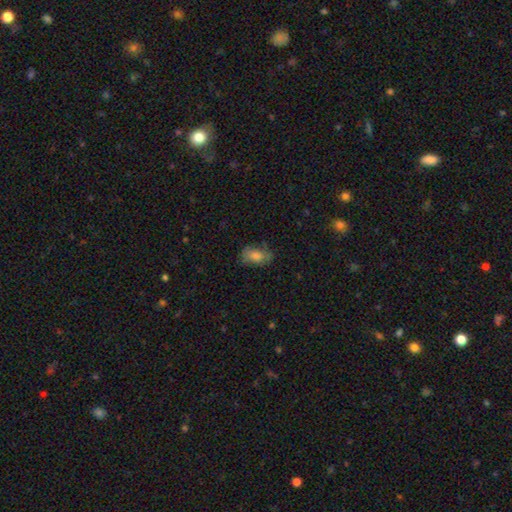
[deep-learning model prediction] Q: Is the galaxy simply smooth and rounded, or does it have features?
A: smooth — 68%.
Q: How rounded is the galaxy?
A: in between — 86%.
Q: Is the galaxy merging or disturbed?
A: none — 71%.